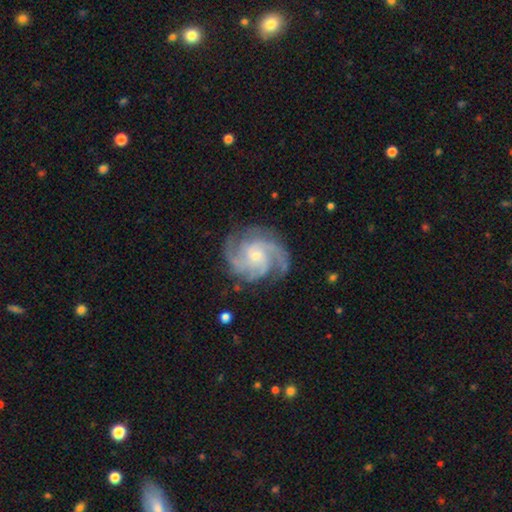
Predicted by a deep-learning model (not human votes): This appears to be a featured or disk galaxy (91%) with no bar (67%), 3 (50%) tight (50%) spiral arms (98%) and a small central bulge (69%). Merging: none (80%).